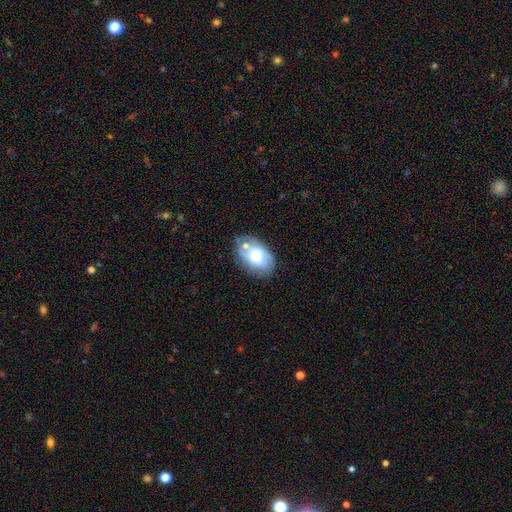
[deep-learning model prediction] smooth-or-featured: smooth: 57% | featured or disk: 35% | star or artifact: 8%
  how-rounded: in between: 85% | round: 14% | cigar-shaped: 1%
  merging: none: 56% | minor disturbance: 24% | merger: 13% | major disturbance: 7%